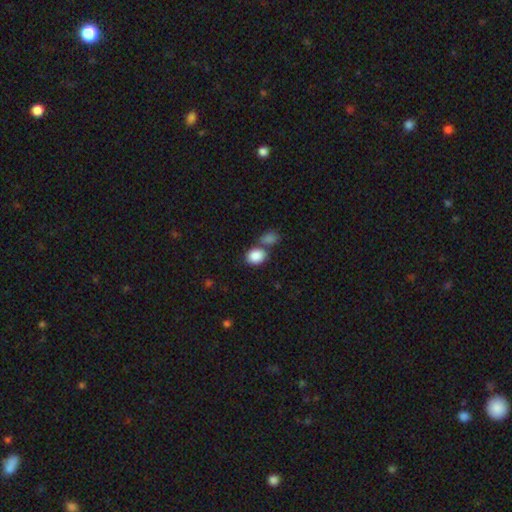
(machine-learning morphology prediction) Smooth or featured?
  - smooth: 87% *
  - star or artifact: 8%
  - featured or disk: 5%
How rounded?
  - in between: 57% *
  - round: 42%
  - cigar-shaped: 1%
Merging?
  - none: 52% *
  - merger: 33%
  - minor disturbance: 11%
  - major disturbance: 4%